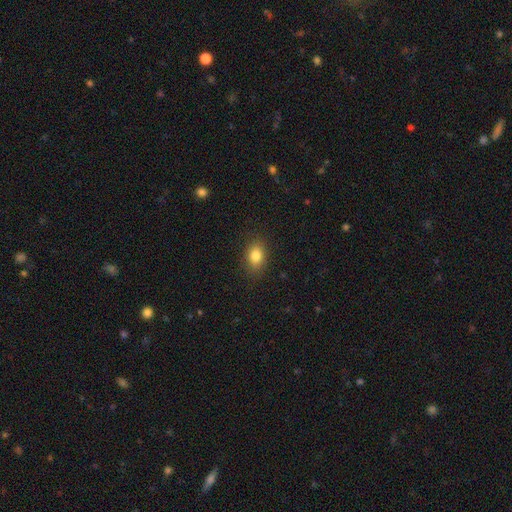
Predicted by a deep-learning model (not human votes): Smooth or featured?
  - smooth: 83% *
  - star or artifact: 10%
  - featured or disk: 7%
How rounded?
  - in between: 73% *
  - round: 25%
  - cigar-shaped: 1%
Merging?
  - none: 86% *
  - minor disturbance: 10%
  - major disturbance: 3%
  - merger: 1%